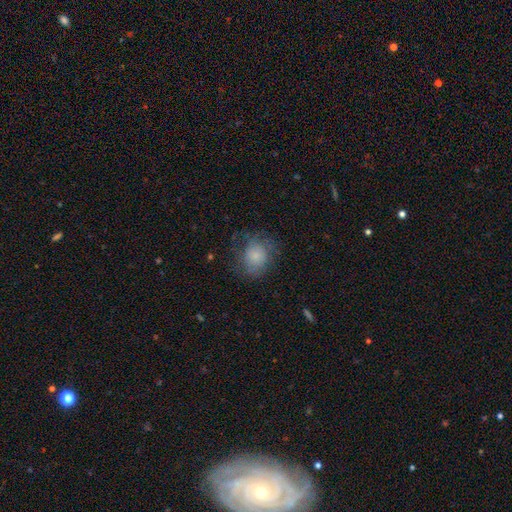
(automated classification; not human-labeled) Smooth or featured? Predicted: smooth (p=0.74). How rounded? Predicted: round (p=0.70). Merging? Predicted: none (p=0.64).